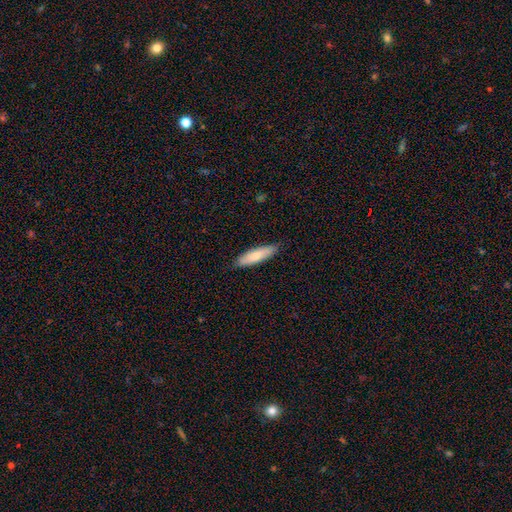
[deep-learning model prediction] This appears to be a smooth galaxy with no disk features (76%) that is cigar-shaped (67%). Merging: none (86%).